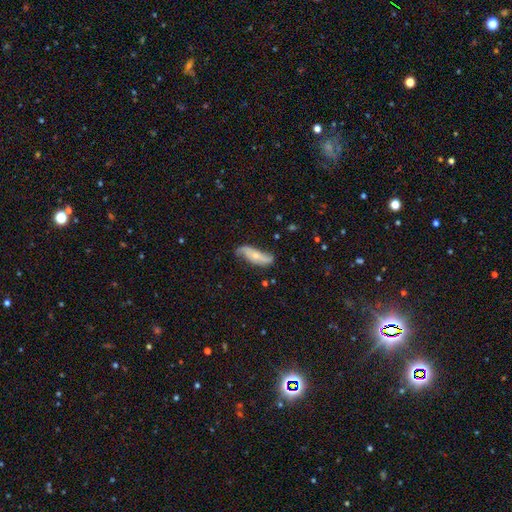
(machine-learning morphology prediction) A featured or disk galaxy (63%) with no bar (62%), spiral arms (87%) and a small central bulge (60%). Merging: none (62%).